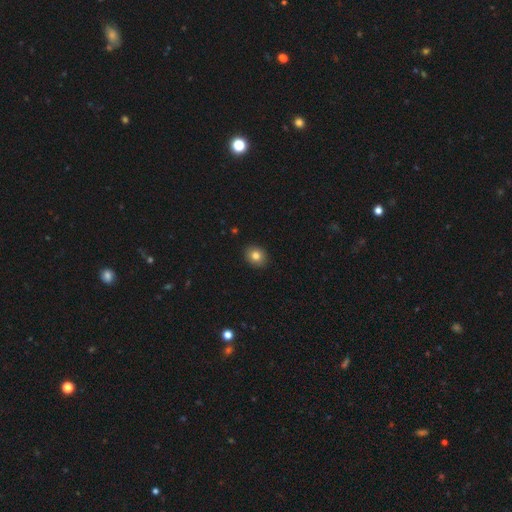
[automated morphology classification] Smooth or featured: smooth — 82% (star or artifact — 10%)
How rounded: round — 61% (in between — 38%)
Merging: none — 90% (minor disturbance — 7%)